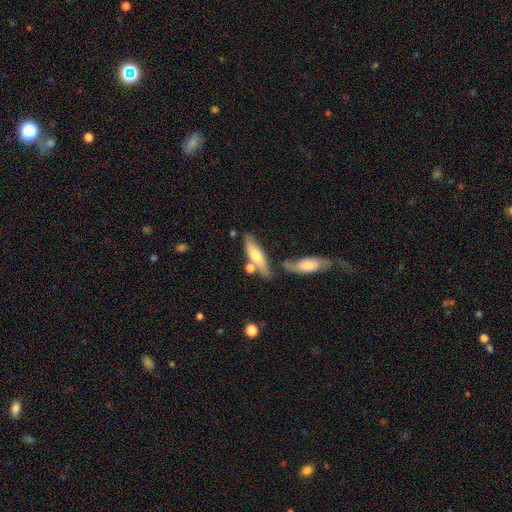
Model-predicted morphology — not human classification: Smooth or featured: smooth — 59% (featured or disk — 34%)
How rounded: cigar-shaped — 55% (in between — 43%)
Merging: none — 60% (merger — 20%)